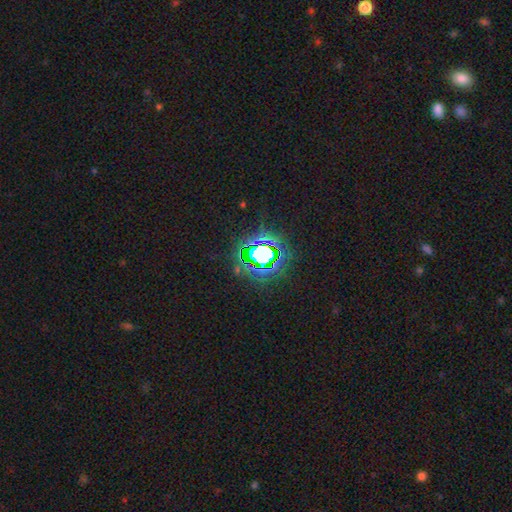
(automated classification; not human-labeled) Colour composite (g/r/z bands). It shows a star or artifact, not a galaxy (80%).